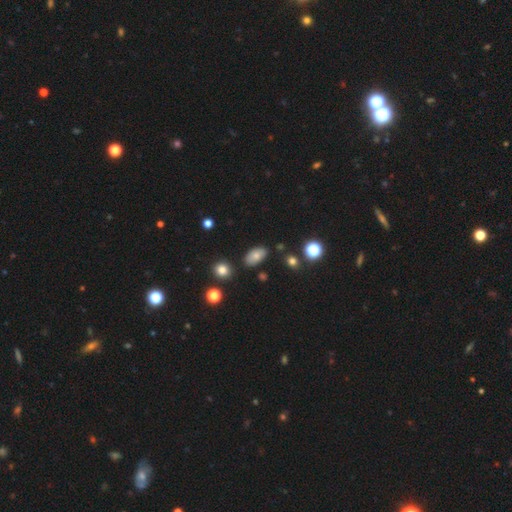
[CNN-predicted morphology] Smooth or featured? Predicted: smooth (p=0.79). How rounded? Predicted: in between (p=0.92). Merging? Predicted: none (p=0.81).